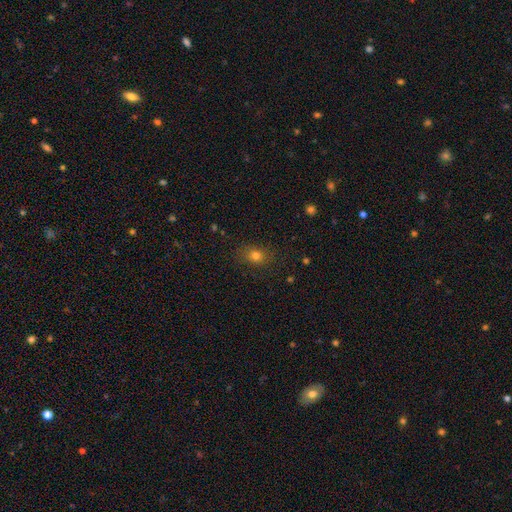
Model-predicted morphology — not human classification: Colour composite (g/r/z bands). It shows a smooth galaxy with no disk features (77%) that is in between round and cigar-shaped (53%). Merging: none (83%).